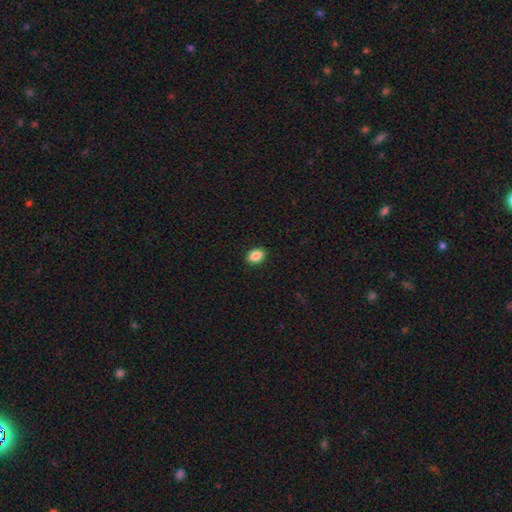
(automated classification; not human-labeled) This is clearly a smooth galaxy (88%). How rounded: likely in between (78%). Merging: clearly none (91%).